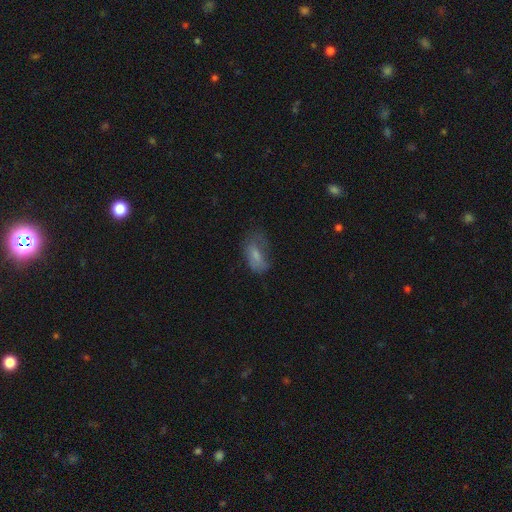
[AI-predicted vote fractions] Q: Smooth or featured?
A: smooth (64%); runner-up: featured or disk (26%)
Q: How rounded?
A: in between (86%); runner-up: cigar-shaped (8%)
Q: Merging?
A: none (40%); runner-up: minor disturbance (30%)